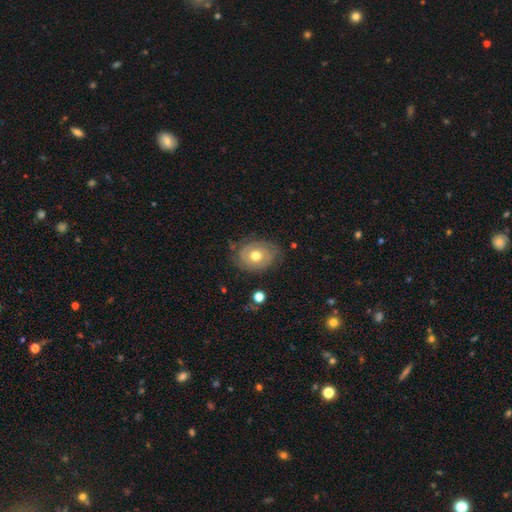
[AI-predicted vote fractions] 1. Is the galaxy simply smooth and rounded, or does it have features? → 61% featured or disk, 31% smooth, 7% star or artifact.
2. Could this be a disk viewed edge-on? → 96% no, 4% yes.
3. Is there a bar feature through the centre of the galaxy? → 84% no, 14% weak, 3% strong.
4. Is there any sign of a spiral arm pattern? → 70% yes, 30% no.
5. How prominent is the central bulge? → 80% moderate, 9% large, 9% small, 1% dominant, 1% none.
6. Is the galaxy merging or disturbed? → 70% none, 20% minor disturbance, 8% major disturbance, 2% merger.